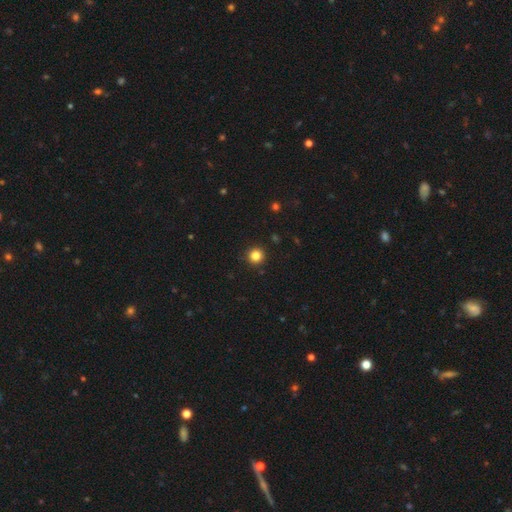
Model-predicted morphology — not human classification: Smooth or featured? Predicted: smooth (p=0.83). How rounded? Predicted: round (p=0.95). Merging? Predicted: none (p=0.93).